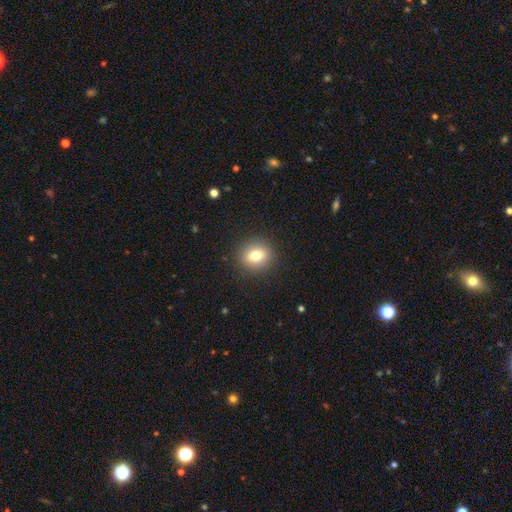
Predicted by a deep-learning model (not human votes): Q: Smooth or featured?
A: smooth (76%); runner-up: featured or disk (13%)
Q: How rounded?
A: round (76%); runner-up: in between (23%)
Q: Merging?
A: none (90%); runner-up: minor disturbance (6%)